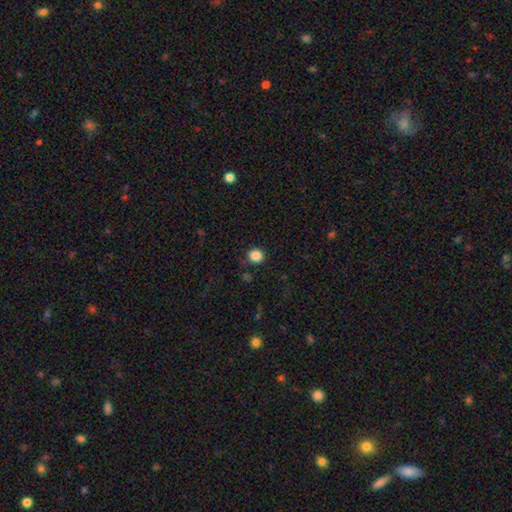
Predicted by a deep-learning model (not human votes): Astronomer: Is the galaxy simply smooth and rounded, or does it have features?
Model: smooth — 86%.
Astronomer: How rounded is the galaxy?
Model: round — 85%.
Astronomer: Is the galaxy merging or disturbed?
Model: none — 87%.